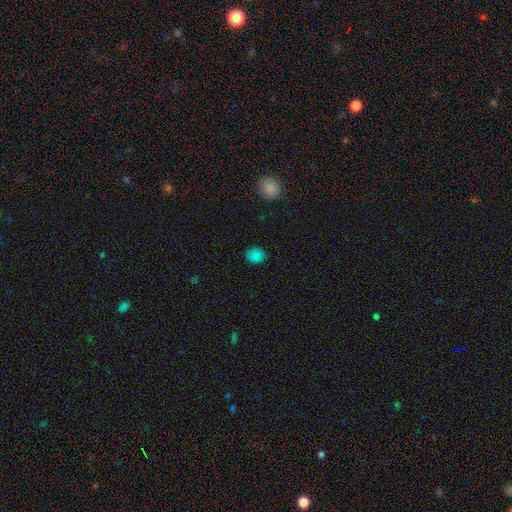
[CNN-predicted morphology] type=smooth (82%); roundness=round (66%); merging=none (85%).